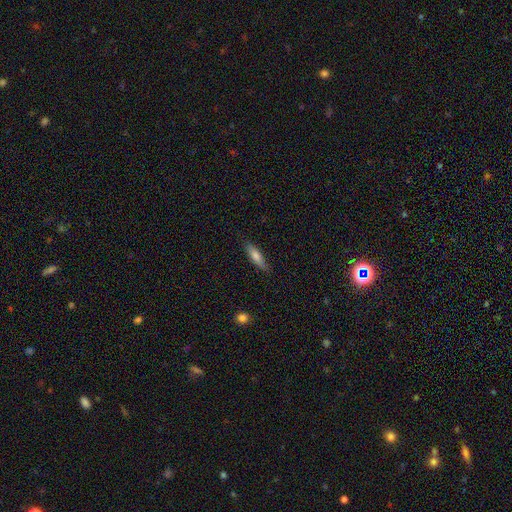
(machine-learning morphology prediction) Smooth or featured? Predicted: smooth (p=0.72). How rounded? Predicted: cigar-shaped (p=0.68). Merging? Predicted: none (p=0.82).